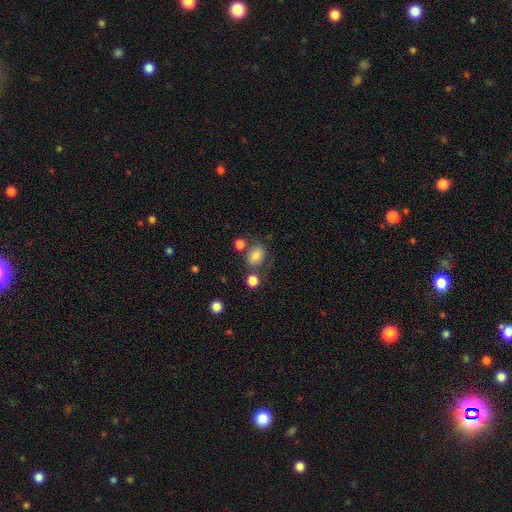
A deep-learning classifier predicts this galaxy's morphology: Smooth or featured? Predicted: smooth (p=0.78). How rounded? Predicted: in between (p=0.60). Merging? Predicted: none (p=0.63).